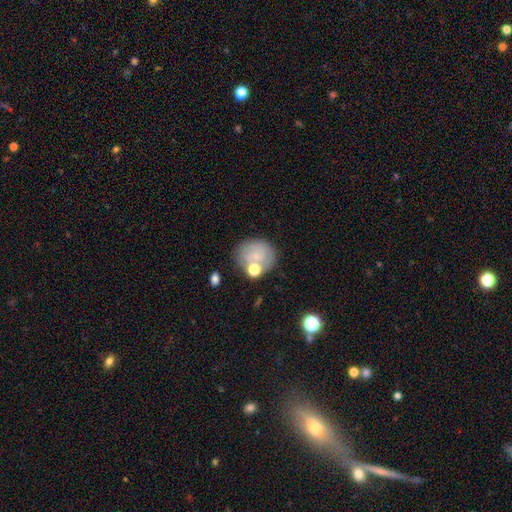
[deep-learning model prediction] Q: Smooth or featured?
A: smooth (58%); runner-up: featured or disk (24%)
Q: How rounded?
A: round (72%); runner-up: in between (27%)
Q: Merging?
A: none (65%); runner-up: minor disturbance (18%)